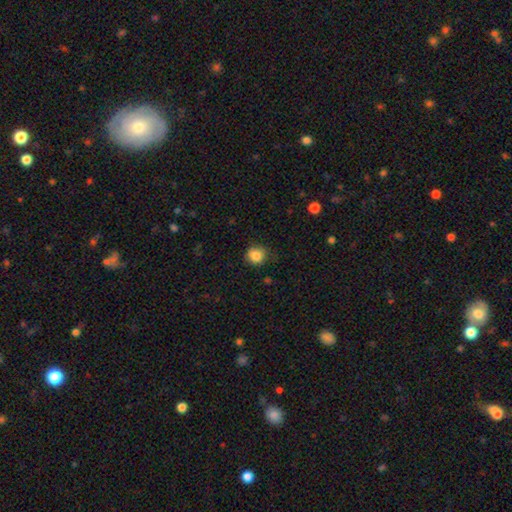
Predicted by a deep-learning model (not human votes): Smooth or featured? Predicted: smooth (p=0.85). How rounded? Predicted: round (p=0.86). Merging? Predicted: none (p=0.80).